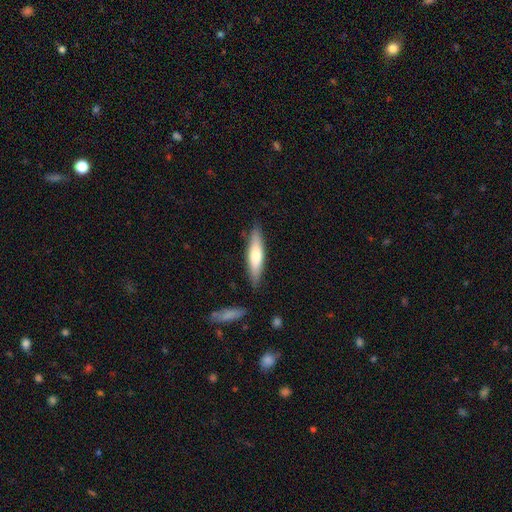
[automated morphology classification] This appears to be a smooth galaxy with no disk features (63%) that is cigar-shaped (79%). Merging: none (85%).